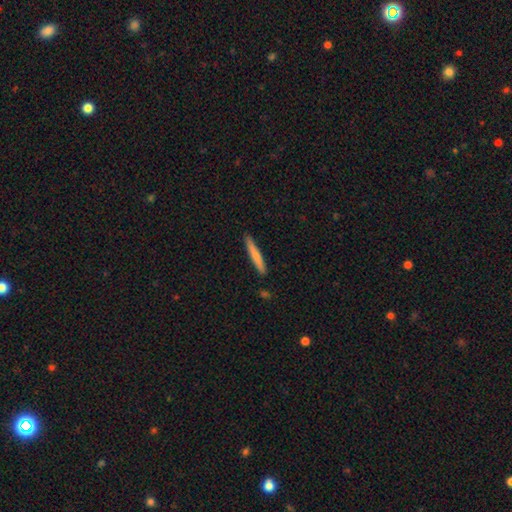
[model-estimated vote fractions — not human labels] Smooth or featured? Predicted: smooth (p=0.73). How rounded? Predicted: cigar-shaped (p=0.95). Merging? Predicted: none (p=0.89).